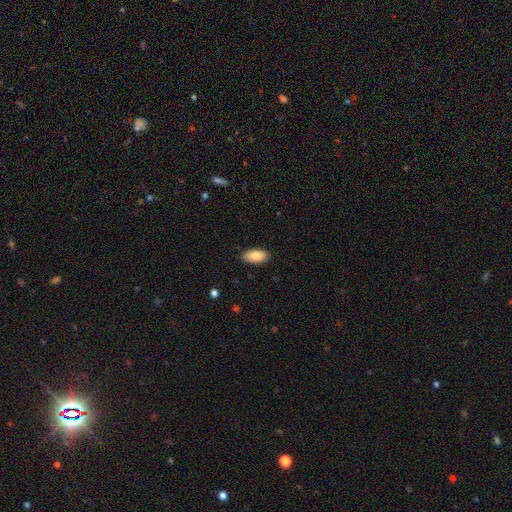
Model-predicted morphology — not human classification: A smooth galaxy with no disk features (86%) that is in between round and cigar-shaped (92%). Merging: none (88%).